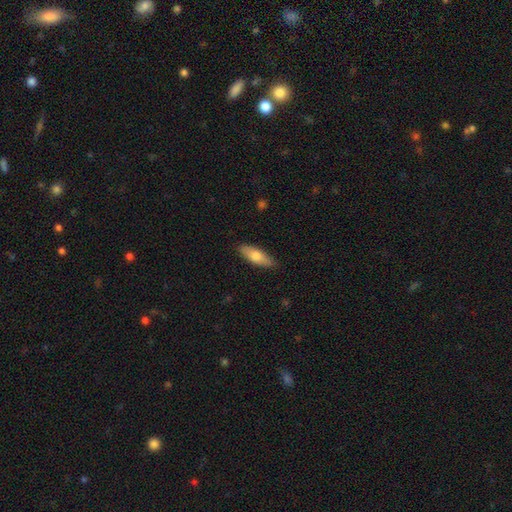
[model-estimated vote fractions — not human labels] A smooth galaxy with no disk features (70%) that is in between round and cigar-shaped (60%).

Vote fractions:
- Smooth or featured? smooth: 70% / featured or disk: 25% / star or artifact: 6%
- How rounded? in between: 60% / cigar-shaped: 38% / round: 2%
- Merging? none: 86% / minor disturbance: 11% / major disturbance: 2% / merger: 1%